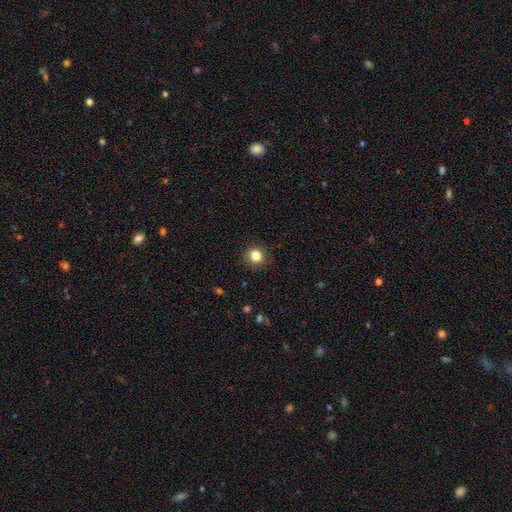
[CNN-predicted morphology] This appears to be a smooth galaxy with no disk features (83%) that is round (90%). Merging: none (90%).